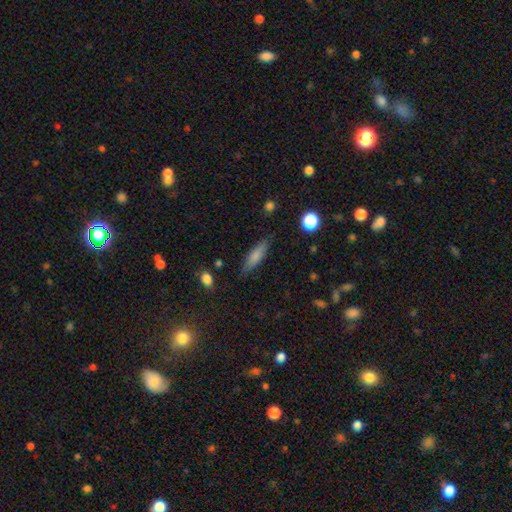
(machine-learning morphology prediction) A smooth galaxy with no disk features (76%) that is cigar-shaped (67%). Merging: none (81%).